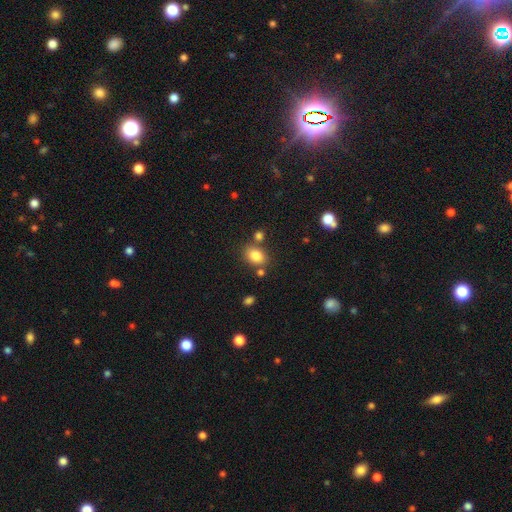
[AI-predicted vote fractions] Q: Smooth or featured?
A: smooth (83%); runner-up: star or artifact (10%)
Q: How rounded?
A: in between (66%); runner-up: round (33%)
Q: Merging?
A: none (70%); runner-up: merger (14%)